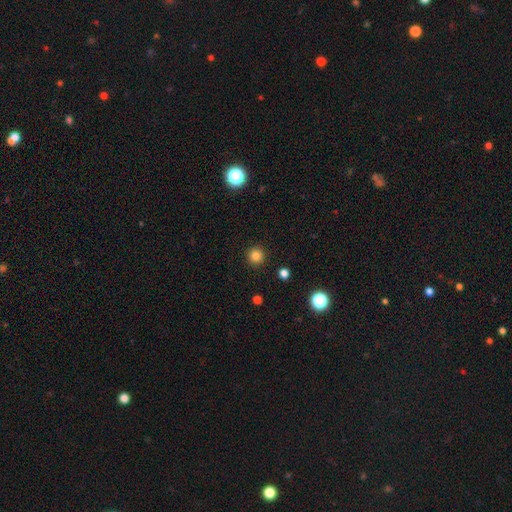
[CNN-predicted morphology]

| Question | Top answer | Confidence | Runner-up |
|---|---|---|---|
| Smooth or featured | smooth | 84% | star or artifact (12%) |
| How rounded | round | 95% | in between (4%) |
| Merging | none | 92% | minor disturbance (5%) |